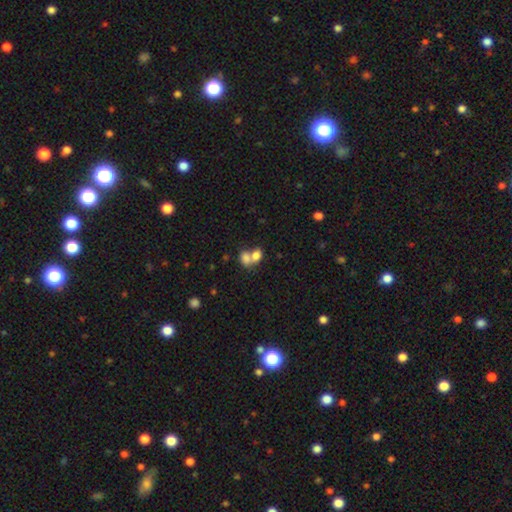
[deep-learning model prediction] This is possibly a smooth galaxy (51%). How rounded: likely round (65%). Merging: possibly none (46%).